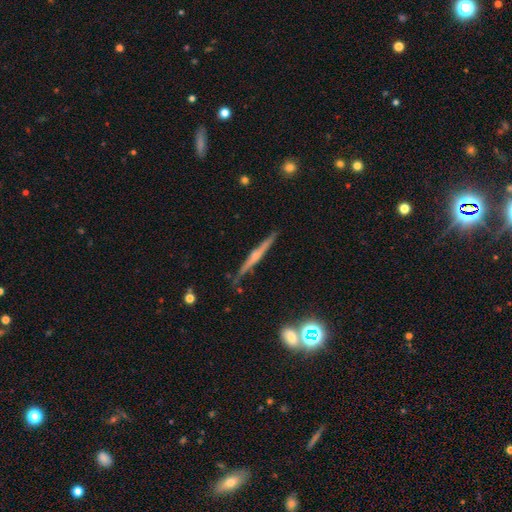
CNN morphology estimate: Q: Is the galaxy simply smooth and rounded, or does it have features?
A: featured or disk — 69%.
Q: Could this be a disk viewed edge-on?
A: yes — 97%.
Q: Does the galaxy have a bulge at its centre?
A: rounded — 63%.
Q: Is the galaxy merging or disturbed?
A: none — 85%.